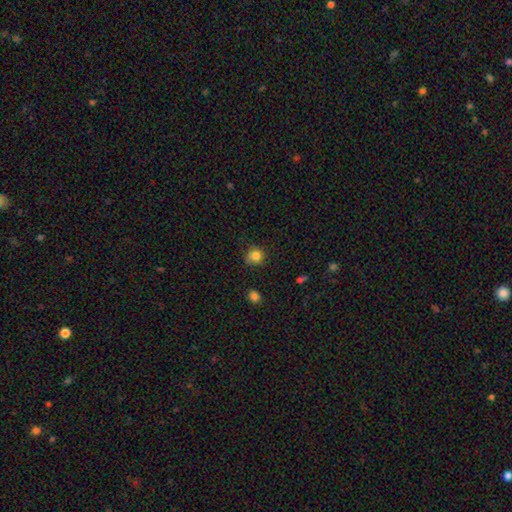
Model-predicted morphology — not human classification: This is clearly a smooth galaxy (83%). How rounded: clearly round (86%). Merging: likely none (72%).